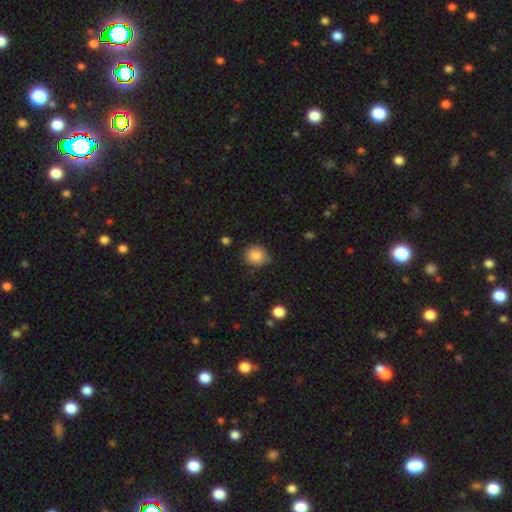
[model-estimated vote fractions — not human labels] A smooth galaxy with no disk features (86%) that is round (82%). Merging: none (80%).